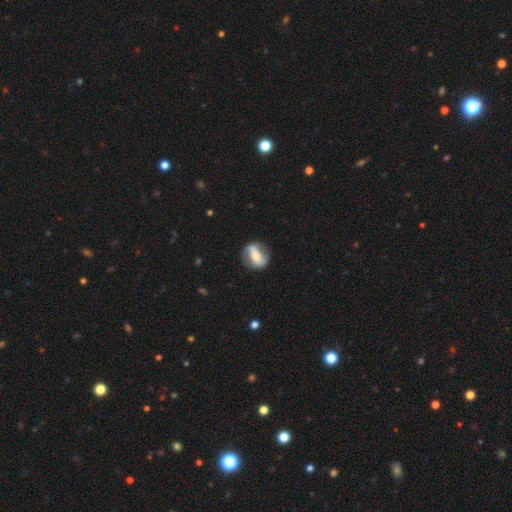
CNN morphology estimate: smooth-or-featured: featured or disk: 61% | smooth: 33% | star or artifact: 6%
  disk-edge-on: no: 92% | yes: 8%
    bar: strong: 48% | no: 28% | weak: 25%
    has-spiral-arms: yes: 65% | no: 35%
    bulge-size: moderate: 52% | small: 38% | large: 6% | none: 2% | dominant: 2%
  merging: none: 71% | minor disturbance: 18% | major disturbance: 8% | merger: 3%